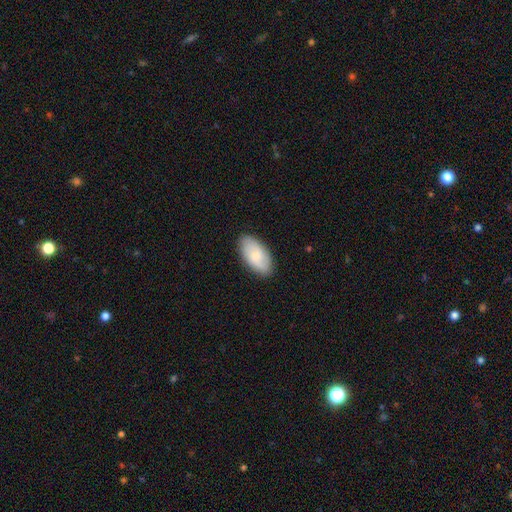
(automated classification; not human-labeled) Overall: smooth (61%; featured or disk 33%). How rounded: in between (93%). Merging: none (86%).